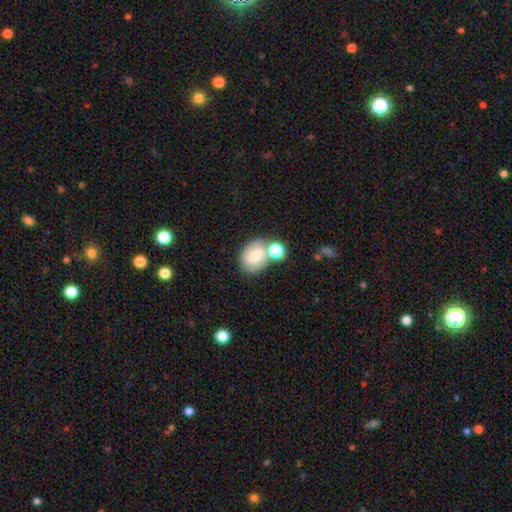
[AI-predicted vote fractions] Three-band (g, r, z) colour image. It shows a smooth galaxy with no disk features (68%) that is in between round and cigar-shaped (64%). Merging: none (45%).